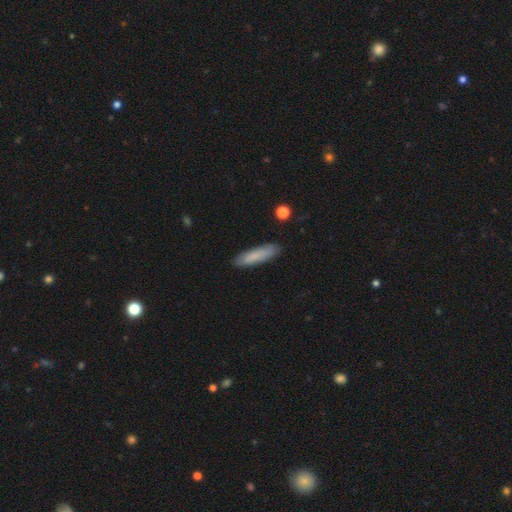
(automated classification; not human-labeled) This is clearly a smooth galaxy (80%). How rounded: likely cigar-shaped (77%). Merging: clearly none (86%).